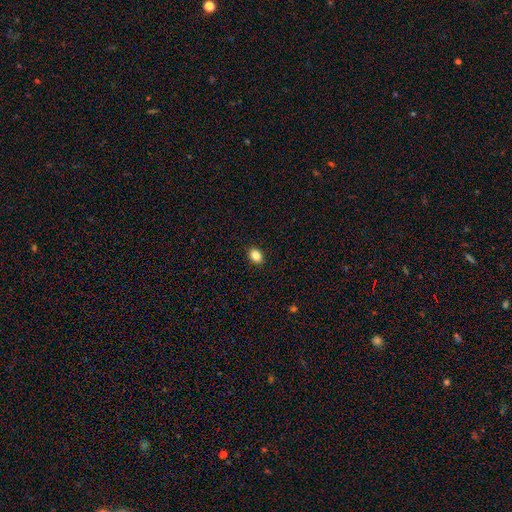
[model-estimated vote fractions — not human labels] This appears to be a smooth galaxy with no disk features (85%) that is in between round and cigar-shaped (72%). Merging: none (91%).